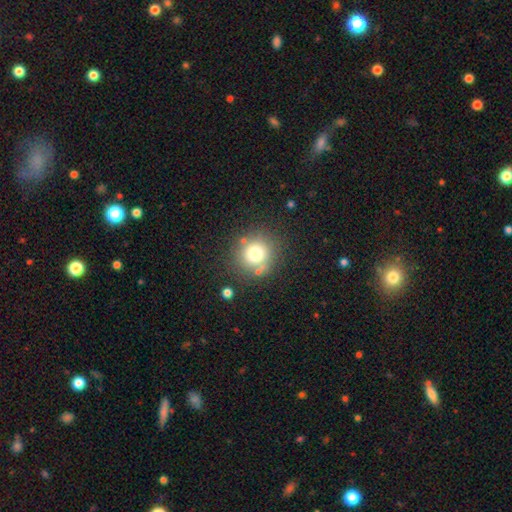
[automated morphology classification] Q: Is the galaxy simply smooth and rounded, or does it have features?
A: smooth — 74%.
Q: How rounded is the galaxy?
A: round — 90%.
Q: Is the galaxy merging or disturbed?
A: none — 77%.